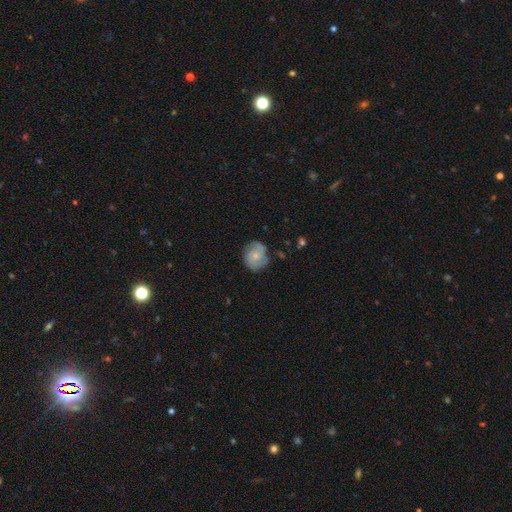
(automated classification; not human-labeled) smooth-or-featured: featured or disk: 55% | smooth: 38% | star or artifact: 7%
  disk-edge-on: no: 97% | yes: 3%
    bar: no: 77% | weak: 20% | strong: 3%
    has-spiral-arms: yes: 86% | no: 14%
    bulge-size: small: 68% | moderate: 25% | none: 4% | large: 1% | dominant: 1%
  merging: none: 70% | minor disturbance: 22% | major disturbance: 7% | merger: 2%